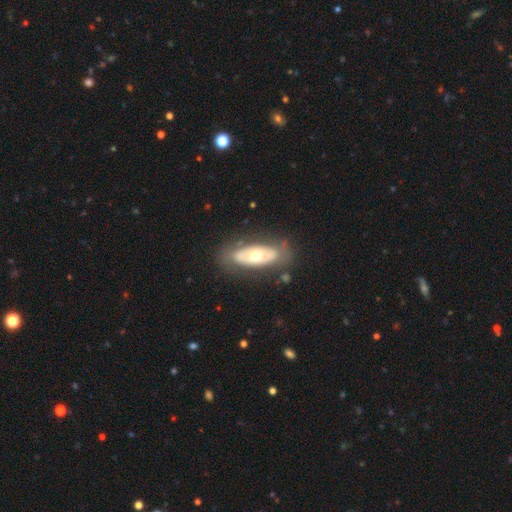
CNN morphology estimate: A featured or disk galaxy (54%). Merging: none (75%).